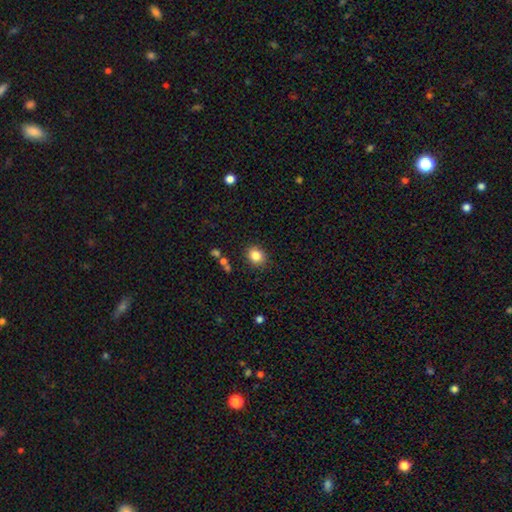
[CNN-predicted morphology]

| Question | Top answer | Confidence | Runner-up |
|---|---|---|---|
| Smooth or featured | smooth | 84% | star or artifact (10%) |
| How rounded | round | 64% | in between (35%) |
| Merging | none | 86% | minor disturbance (9%) |